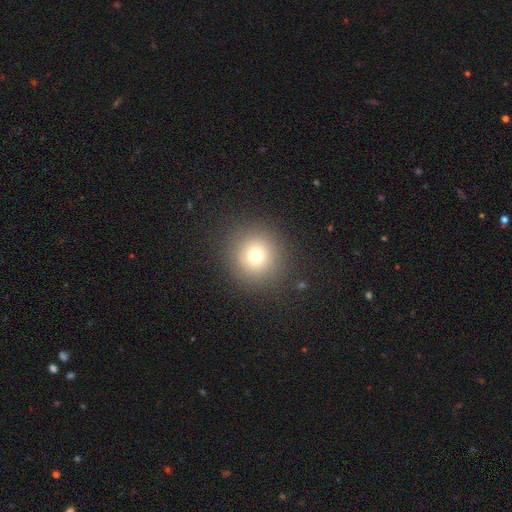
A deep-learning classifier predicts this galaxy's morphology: Smooth or featured?
  - smooth: 75% *
  - star or artifact: 15%
  - featured or disk: 10%
How rounded?
  - round: 94% *
  - in between: 5%
  - cigar-shaped: 1%
Merging?
  - none: 90% *
  - minor disturbance: 6%
  - major disturbance: 3%
  - merger: 1%